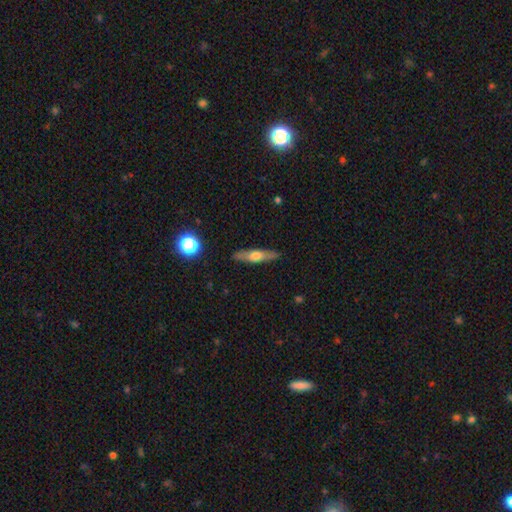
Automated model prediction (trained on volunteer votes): A featured or disk galaxy (49%). Merging: none (87%).